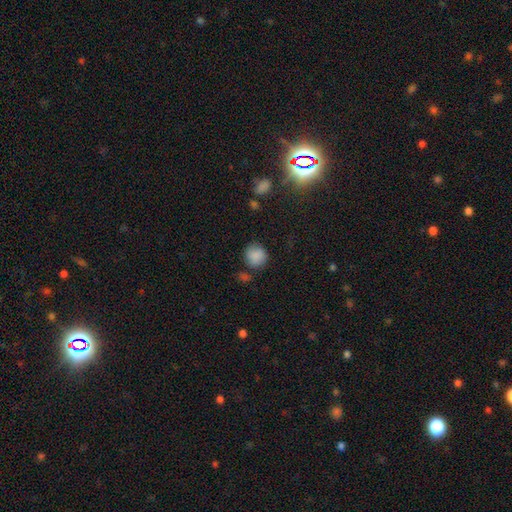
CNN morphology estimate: Overall: smooth (85%). How rounded: round (86%). Merging: none (74%).